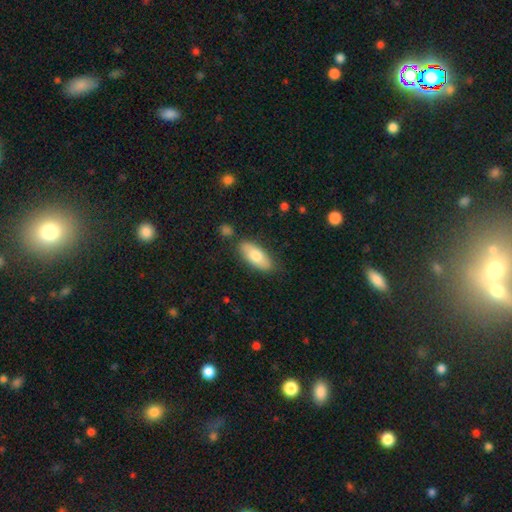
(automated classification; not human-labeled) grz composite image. It shows a smooth galaxy with no disk features (73%) that is in between round and cigar-shaped (80%). Merging: none (79%).